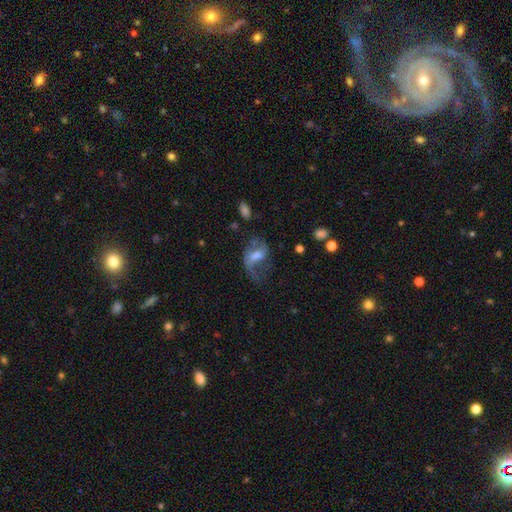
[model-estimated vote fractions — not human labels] Smooth or featured? featured or disk (65%)
Edge-on disk? no (96%)
Bar? weak (48%)
Spiral arms? yes (78%)
Bulge size? moderate (45%)
Merging? major disturbance (39%)